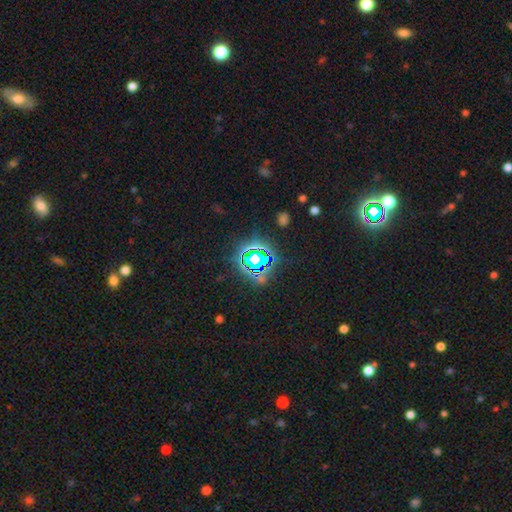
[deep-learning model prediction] star or artifact 75%, smooth 15%, featured or disk 10%.